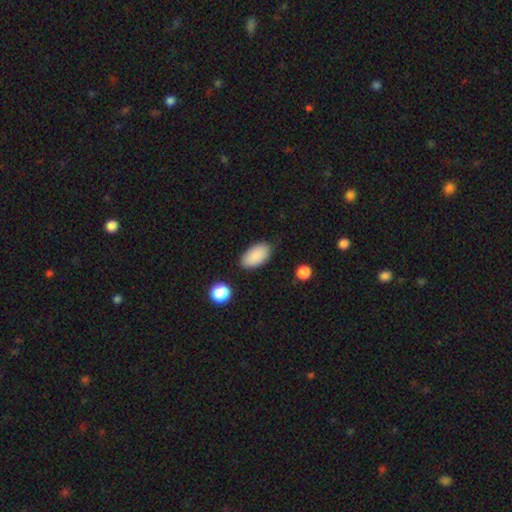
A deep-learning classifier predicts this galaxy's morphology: smooth-or-featured: smooth: 89% | star or artifact: 7% | featured or disk: 4%
  how-rounded: in between: 95% | round: 3% | cigar-shaped: 2%
  merging: none: 83% | minor disturbance: 12% | major disturbance: 3% | merger: 2%